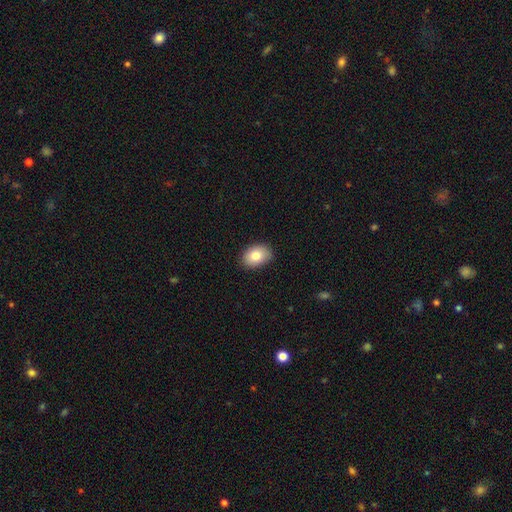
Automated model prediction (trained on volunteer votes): Smooth or featured?
  - smooth: 82% *
  - featured or disk: 10%
  - star or artifact: 8%
How rounded?
  - in between: 79% *
  - round: 20%
  - cigar-shaped: 1%
Merging?
  - none: 87% *
  - minor disturbance: 10%
  - major disturbance: 2%
  - merger: 1%